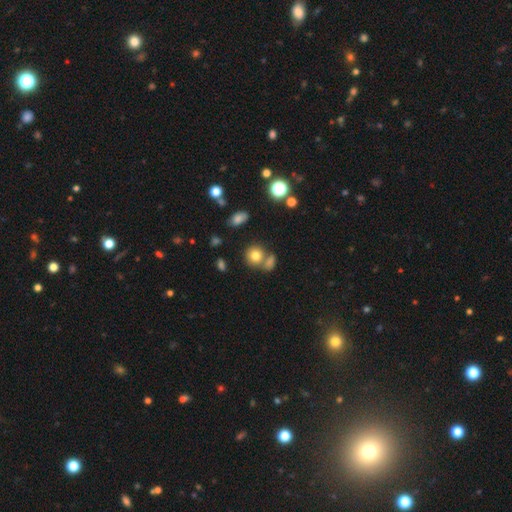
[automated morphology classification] smooth-or-featured: smooth: 76% | star or artifact: 14% | featured or disk: 10%
  how-rounded: round: 80% | in between: 19% | cigar-shaped: 1%
  merging: none: 56% | merger: 29% | minor disturbance: 11% | major disturbance: 4%